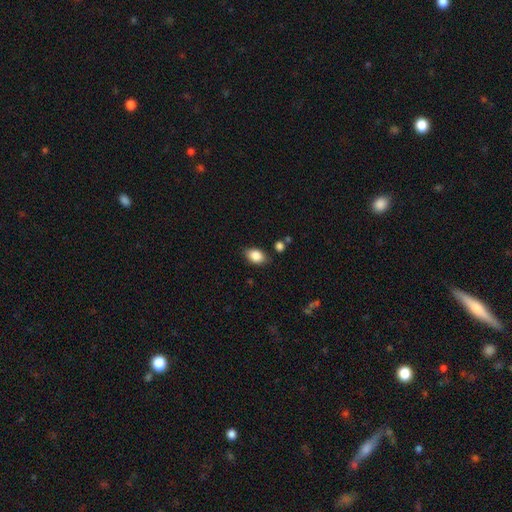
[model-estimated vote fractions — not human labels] Smooth or featured?
  - smooth: 86% *
  - star or artifact: 8%
  - featured or disk: 6%
How rounded?
  - in between: 84% *
  - round: 15%
  - cigar-shaped: 2%
Merging?
  - none: 80% *
  - minor disturbance: 14%
  - major disturbance: 3%
  - merger: 3%